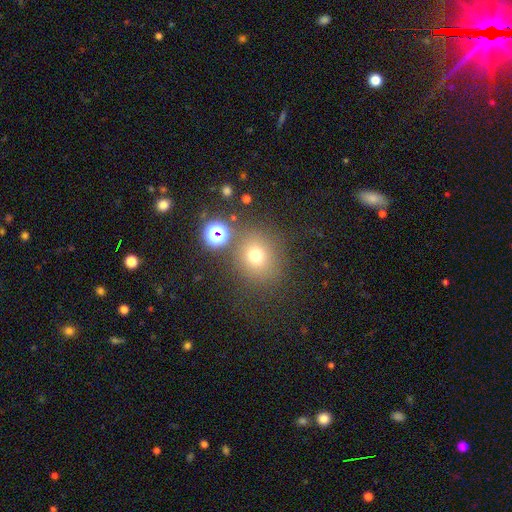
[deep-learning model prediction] smooth_or_featured: smooth (p=0.70) [alt: star or artifact p=0.20]
how_rounded: round (p=0.82) [alt: in between p=0.17]
merging: none (p=0.77) [alt: minor disturbance p=0.10]